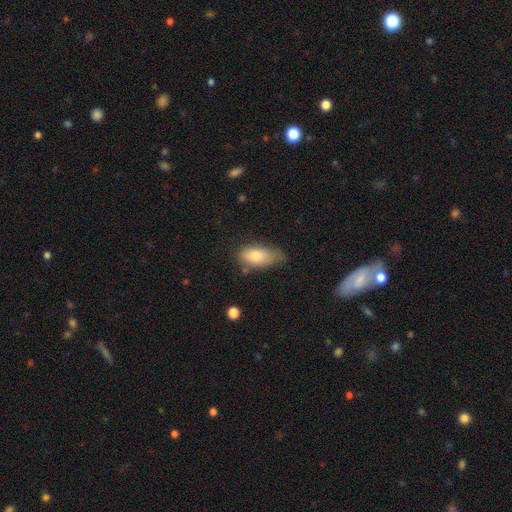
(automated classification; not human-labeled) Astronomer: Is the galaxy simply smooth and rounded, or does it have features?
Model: smooth — 78%.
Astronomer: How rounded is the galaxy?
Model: in between — 88%.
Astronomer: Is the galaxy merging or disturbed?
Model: none — 50% (runner-up: minor disturbance, 37%).